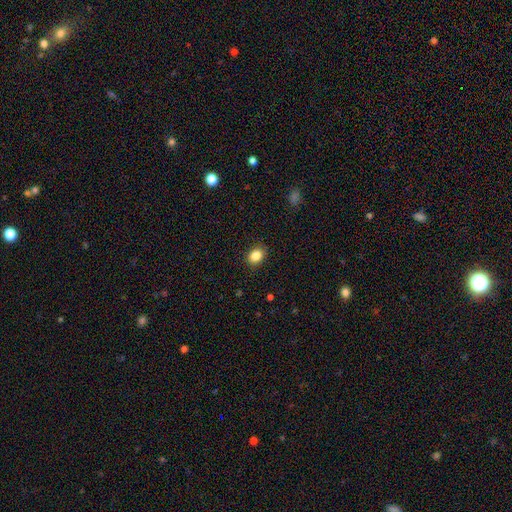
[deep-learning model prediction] Overall: smooth (85%). How rounded: in between (60%; round 39%). Merging: none (88%).